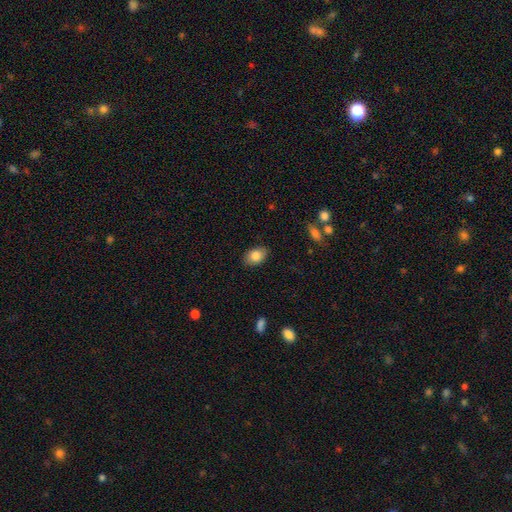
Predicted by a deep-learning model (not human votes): Smooth or featured? Predicted: smooth (p=0.83). How rounded? Predicted: in between (p=0.84). Merging? Predicted: none (p=0.85).